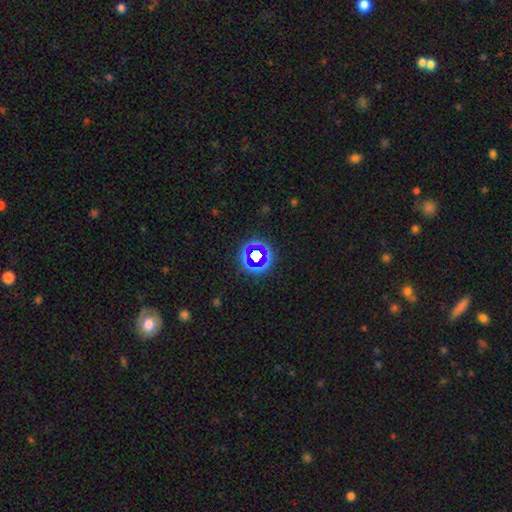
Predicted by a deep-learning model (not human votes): smooth_or_featured: star or artifact (p=0.60) [alt: smooth p=0.26]